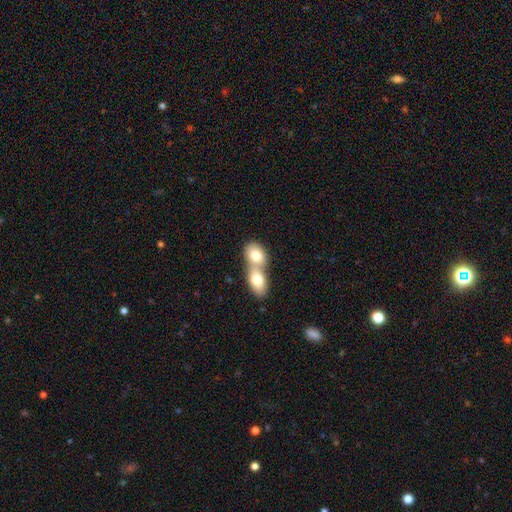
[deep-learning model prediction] Overall: smooth (75%). How rounded: in between (72%). Merging: merger (77%).